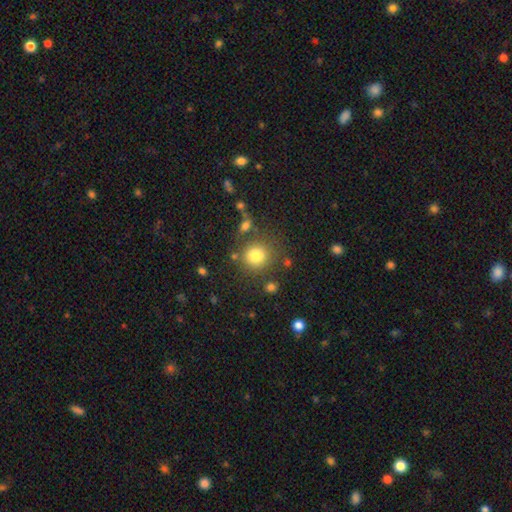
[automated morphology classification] Smooth or featured? smooth (80%)
How rounded? round (89%)
Merging? none (77%)